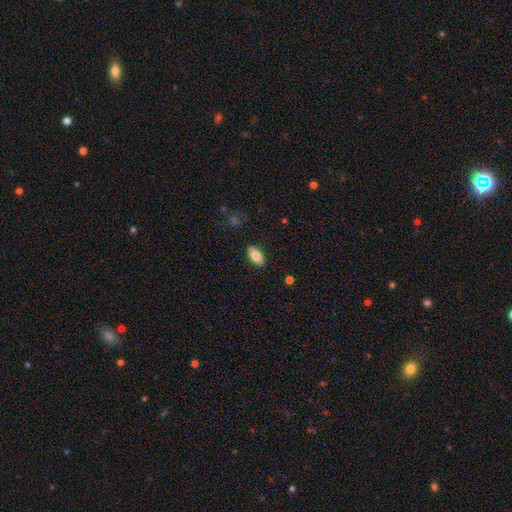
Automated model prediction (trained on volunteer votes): A smooth galaxy with no disk features (81%) that is in between round and cigar-shaped (92%). Merging: none (87%).